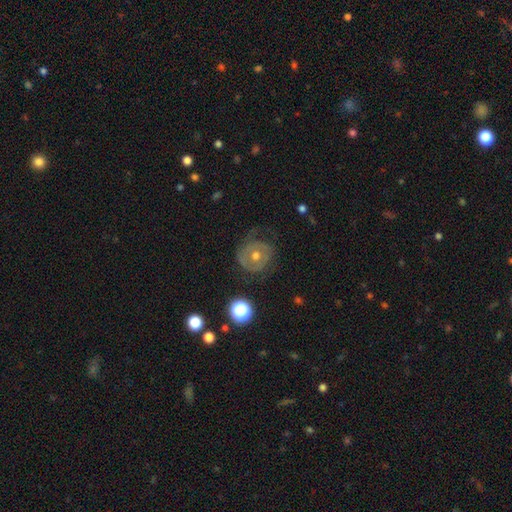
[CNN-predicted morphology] featured or disk 63%, smooth 27%, star or artifact 10%. Down the decision tree: edge-on disk — no (96%); bar — no (81%); spiral arms — yes (56%); bulge size — moderate (69%); merging — none (68%).